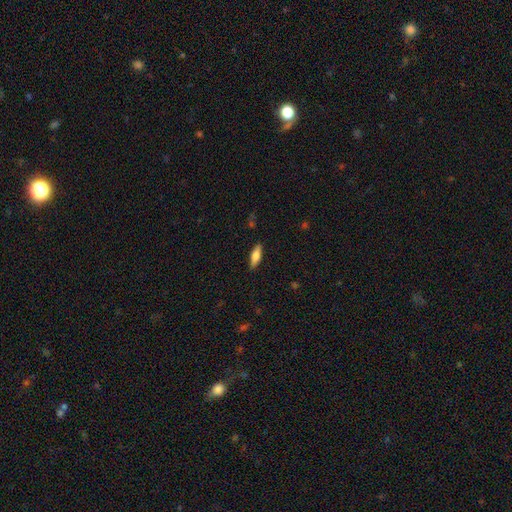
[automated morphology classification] Q: Smooth or featured?
A: smooth (69%); runner-up: featured or disk (25%)
Q: How rounded?
A: in between (56%); runner-up: cigar-shaped (42%)
Q: Merging?
A: none (88%); runner-up: minor disturbance (9%)